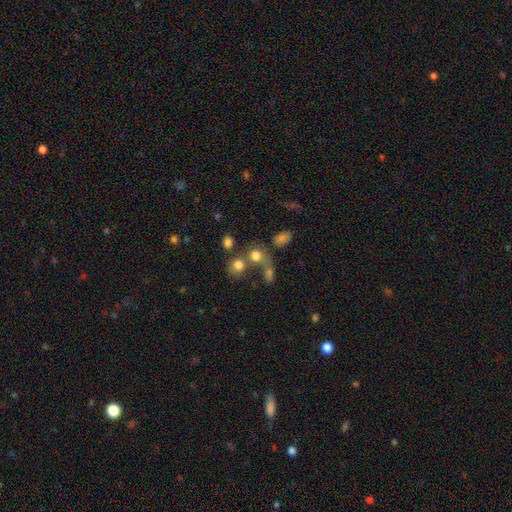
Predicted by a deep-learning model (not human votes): Smooth or featured? smooth (74%)
How rounded? round (73%)
Merging? merger (43%)